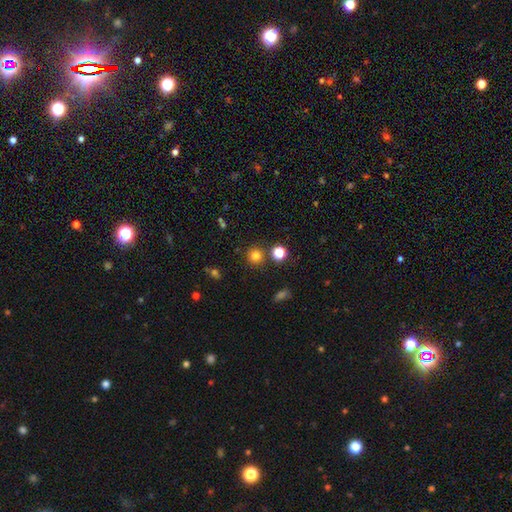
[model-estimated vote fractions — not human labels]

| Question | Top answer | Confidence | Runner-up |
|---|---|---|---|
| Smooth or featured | smooth | 79% | star or artifact (16%) |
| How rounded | round | 92% | in between (7%) |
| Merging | none | 83% | minor disturbance (7%) |